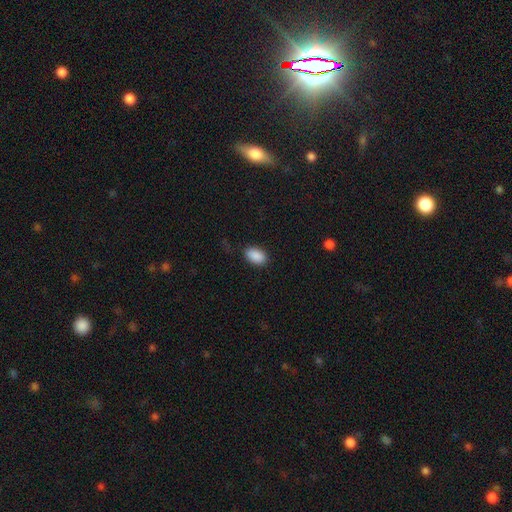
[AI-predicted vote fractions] Overall: smooth (90%). How rounded: in between (92%). Merging: none (83%).